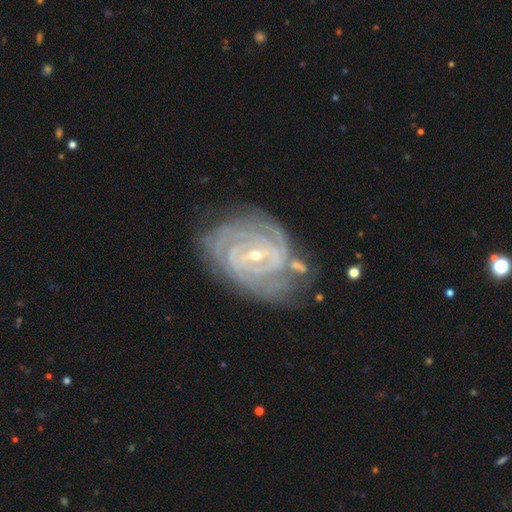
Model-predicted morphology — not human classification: smooth_or_featured: featured or disk (p=0.91) [alt: star or artifact p=0.05]
disk_edge_on: no (p=0.97) [alt: yes p=0.03]
bar: weak (p=0.47) [alt: strong p=0.30]
has_spiral_arms: yes (p=0.98) [alt: no p=0.02]
spiral_winding: tight (p=0.79) [alt: medium p=0.19]
spiral_arm_count: 2 (p=0.23) [alt: 3 p=0.22]
bulge_size: small (p=0.72) [alt: moderate p=0.25]
merging: none (p=0.66) [alt: minor disturbance p=0.21]